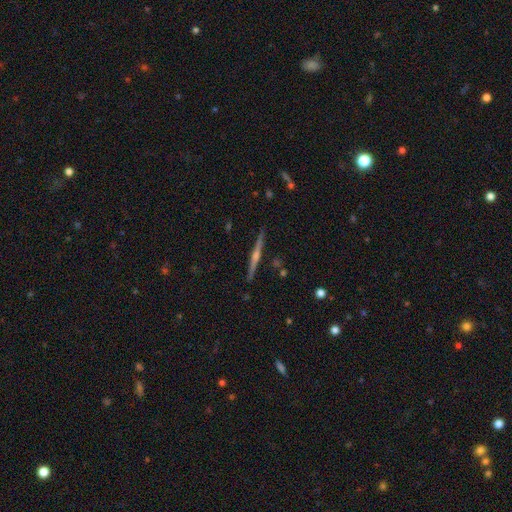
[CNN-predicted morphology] featured or disk 82%, smooth 12%, star or artifact 6%. Down the decision tree: edge-on disk — yes (99%); edge-on bulge — rounded (85%); merging — none (92%).